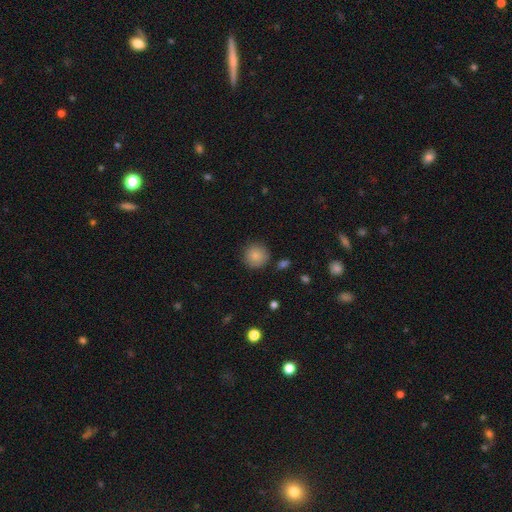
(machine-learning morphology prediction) smooth 85%, star or artifact 9%, featured or disk 6%. Down the decision tree: how rounded — round (94%); merging — none (87%).